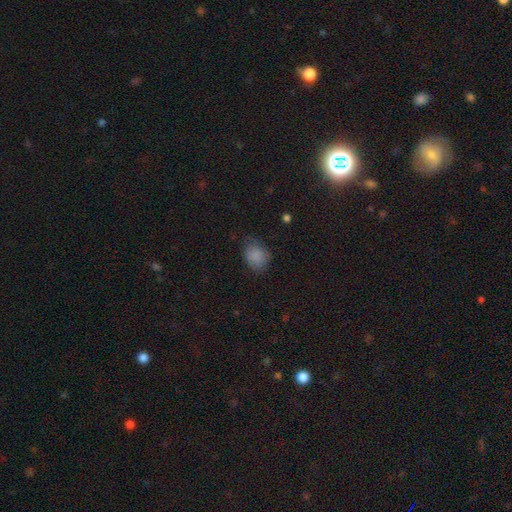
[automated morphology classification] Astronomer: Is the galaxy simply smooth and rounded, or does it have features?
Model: smooth — 84%.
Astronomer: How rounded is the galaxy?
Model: in between — 55% (runner-up: round, 44%).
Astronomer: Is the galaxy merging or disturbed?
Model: none — 59%.